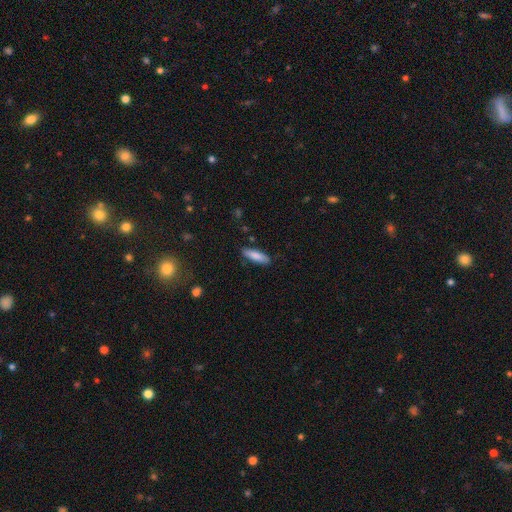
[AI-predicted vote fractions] This appears to be a smooth galaxy with no disk features (82%) that is cigar-shaped (62%). Merging: none (86%).